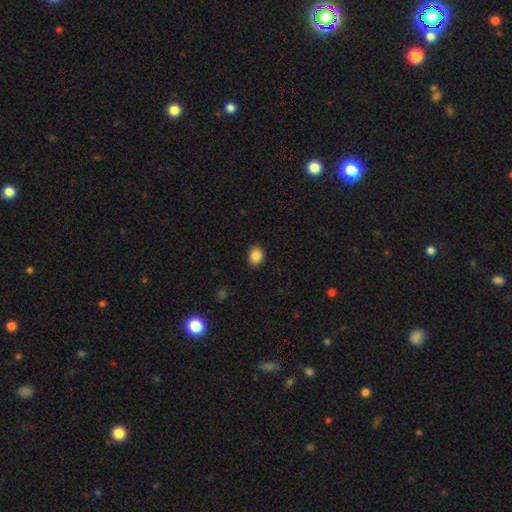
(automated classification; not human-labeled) A smooth galaxy with no disk features (87%) that is round (54%). Merging: none (90%).